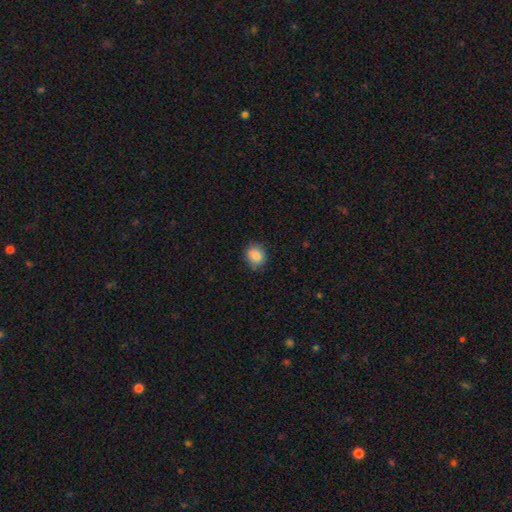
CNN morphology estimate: smooth-or-featured: smooth: 85% | star or artifact: 9% | featured or disk: 6%
  how-rounded: round: 72% | in between: 27% | cigar-shaped: 1%
  merging: none: 83% | minor disturbance: 13% | major disturbance: 3% | merger: 1%